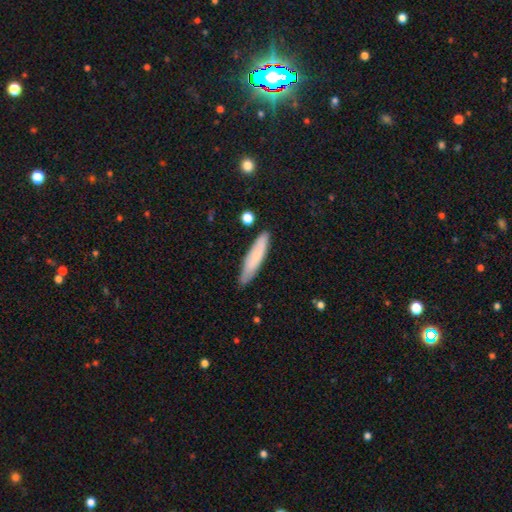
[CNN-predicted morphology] Smooth or featured? smooth (72%)
How rounded? cigar-shaped (83%)
Merging? none (84%)